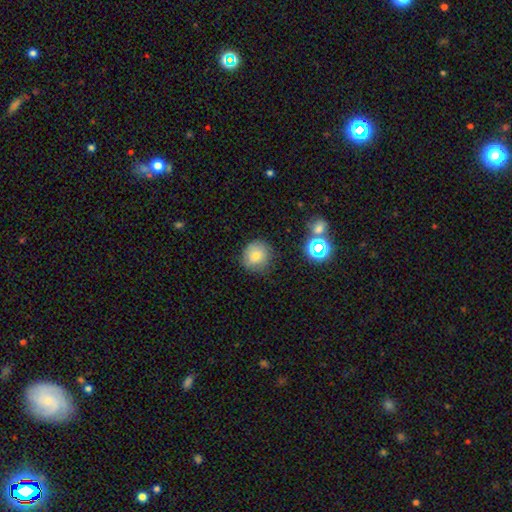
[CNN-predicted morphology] This is likely a smooth galaxy (73%). How rounded: clearly round (89%). Merging: clearly none (80%).